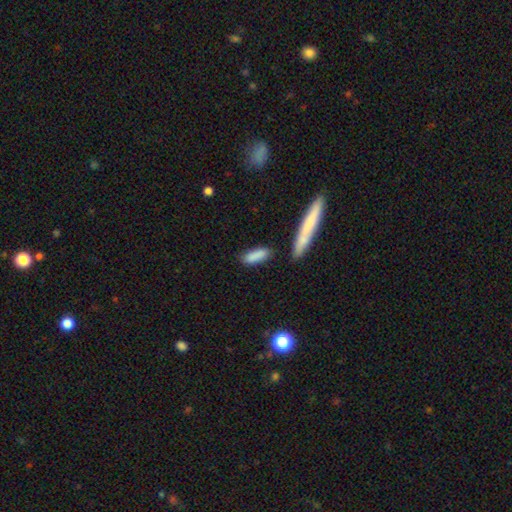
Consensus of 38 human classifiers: Smooth or featured? smooth (87%)
How rounded? cigar-shaped (64%)
Merging? none (89%)